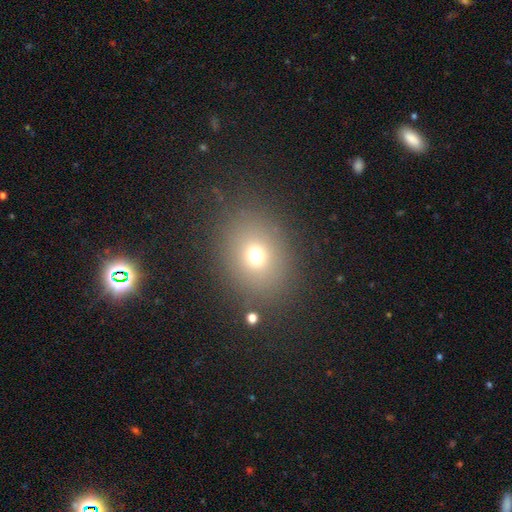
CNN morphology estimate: type=smooth (69%); roundness=round (61%); merging=none (82%).